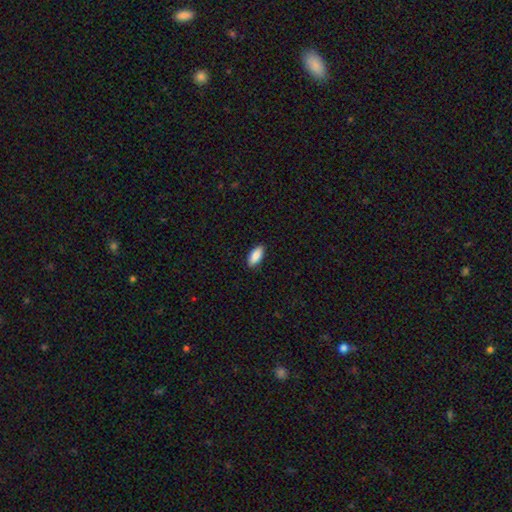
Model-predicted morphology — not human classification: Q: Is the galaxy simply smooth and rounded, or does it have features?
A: smooth — 88%.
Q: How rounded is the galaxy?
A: in between — 88%.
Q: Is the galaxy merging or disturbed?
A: none — 89%.